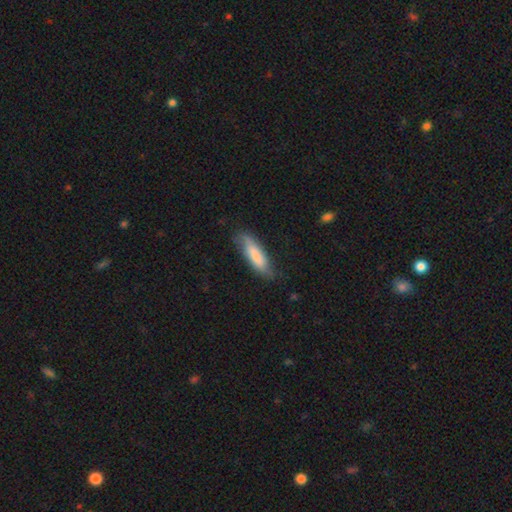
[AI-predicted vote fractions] Smooth or featured? smooth (72%)
How rounded? cigar-shaped (62%)
Merging? none (67%)